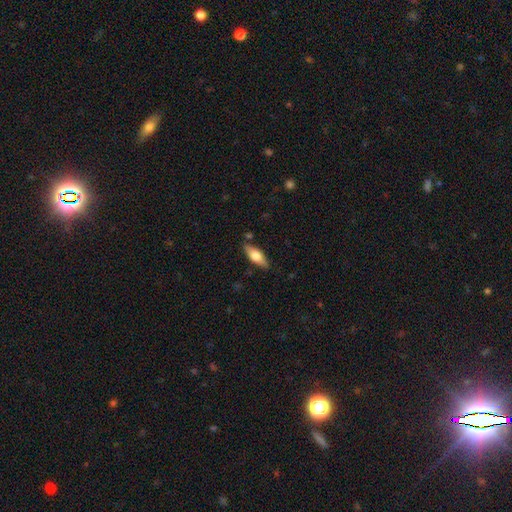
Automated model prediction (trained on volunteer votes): Smooth or featured: smooth — 64% (featured or disk — 30%)
How rounded: in between — 66% (cigar-shaped — 32%)
Merging: none — 83% (minor disturbance — 12%)